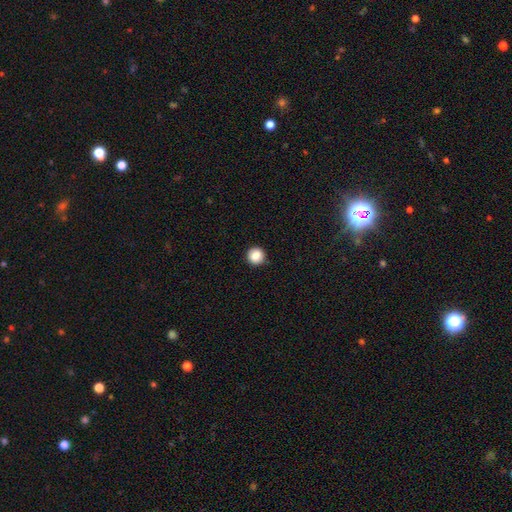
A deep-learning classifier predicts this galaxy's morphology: smooth 87%, star or artifact 9%, featured or disk 4%. Down the decision tree: how rounded — round (95%); merging — none (93%).